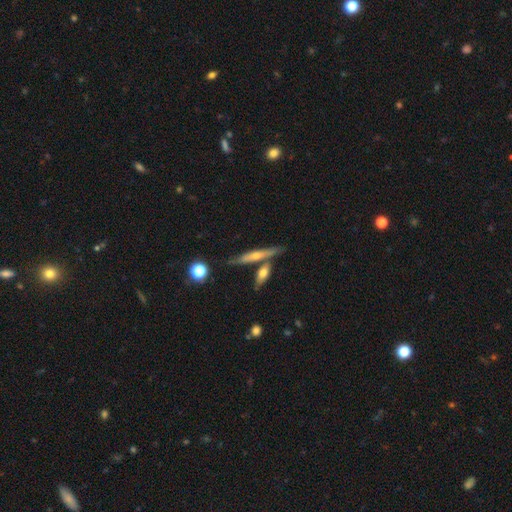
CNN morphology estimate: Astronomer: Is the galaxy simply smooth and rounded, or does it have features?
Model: featured or disk — 63%.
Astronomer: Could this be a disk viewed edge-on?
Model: yes — 94%.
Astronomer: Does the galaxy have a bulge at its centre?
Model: rounded — 70%.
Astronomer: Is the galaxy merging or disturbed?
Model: none — 74%.